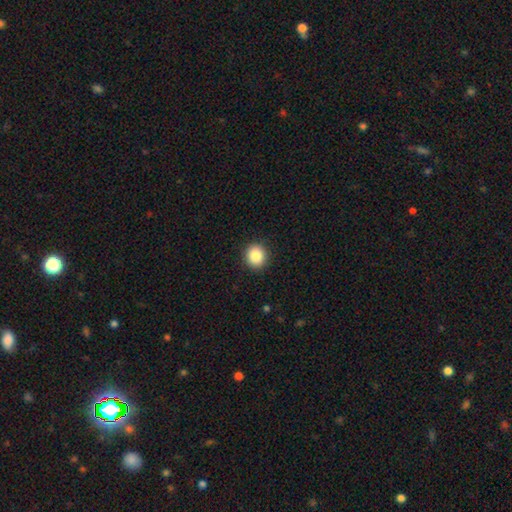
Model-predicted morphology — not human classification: Q: Smooth or featured?
A: smooth (87%); runner-up: star or artifact (9%)
Q: How rounded?
A: round (88%); runner-up: in between (11%)
Q: Merging?
A: none (92%); runner-up: minor disturbance (6%)